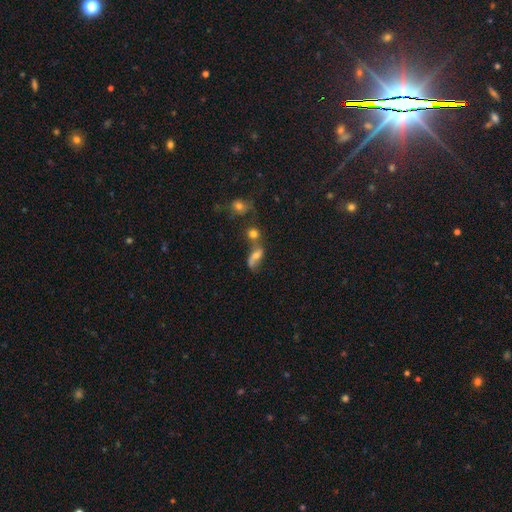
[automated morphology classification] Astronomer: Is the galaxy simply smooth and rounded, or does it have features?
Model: smooth — 48% (runner-up: featured or disk, 38%).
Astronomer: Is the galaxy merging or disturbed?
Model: merger — 37% (runner-up: none, 35%).